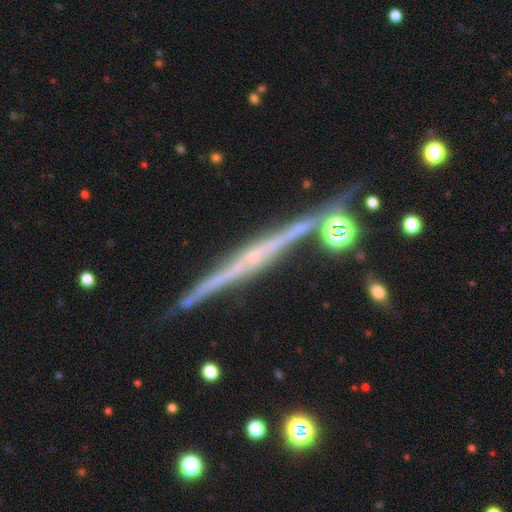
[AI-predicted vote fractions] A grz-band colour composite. It shows a featured or disk galaxy (82%) viewed edge-on (98%) with no central bulge (46%). Merging: none (86%).